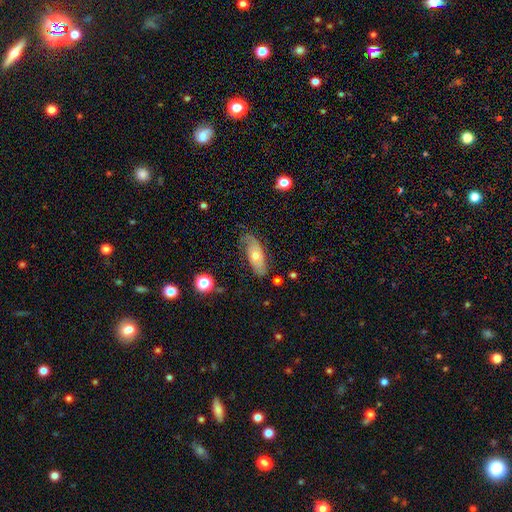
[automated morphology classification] The model was most divided on "smooth or featured": featured or disk: 53%, smooth: 39%, star or artifact: 8%. More confident: edge-on disk — no (78%); merging — none (64%).